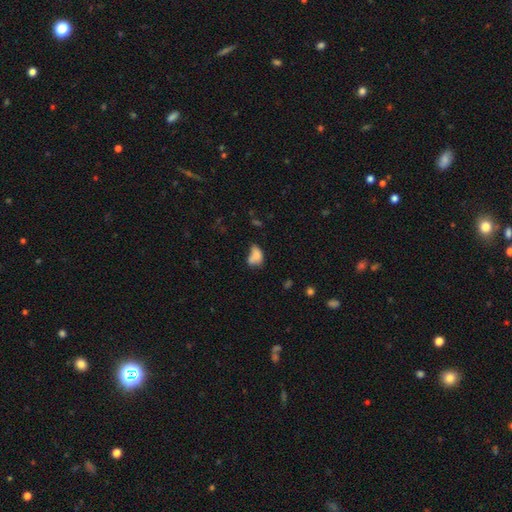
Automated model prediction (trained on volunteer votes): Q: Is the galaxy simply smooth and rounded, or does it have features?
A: smooth — 74%.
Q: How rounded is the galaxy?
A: in between — 82%.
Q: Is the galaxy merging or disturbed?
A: none — 29%.